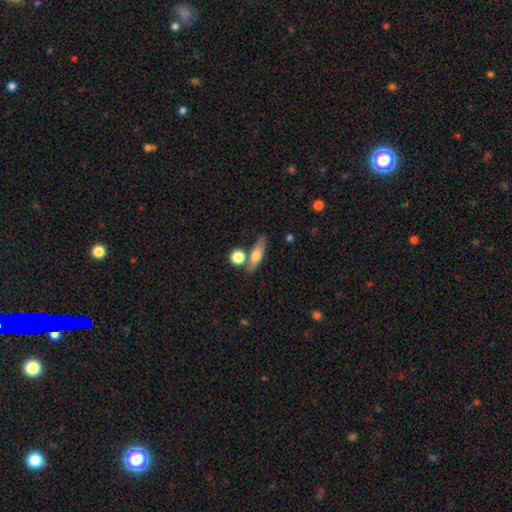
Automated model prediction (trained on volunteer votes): A smooth galaxy with no disk features (56%) that is cigar-shaped (54%). Merging: none (68%).